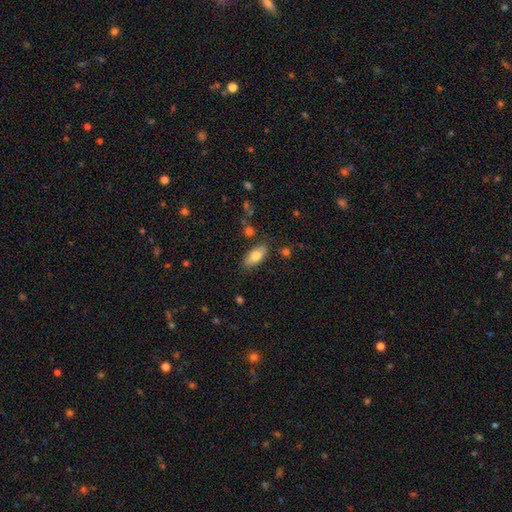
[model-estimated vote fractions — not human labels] This appears to be a smooth galaxy with no disk features (76%) that is in between round and cigar-shaped (87%). Merging: none (80%).